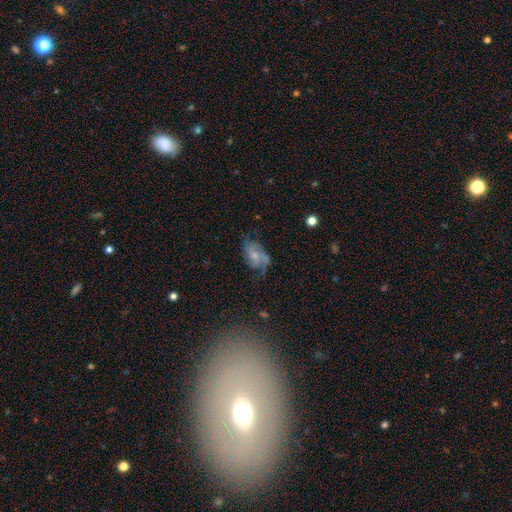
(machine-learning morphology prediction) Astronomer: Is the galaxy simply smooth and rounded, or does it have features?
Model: featured or disk — 50% (runner-up: smooth, 41%).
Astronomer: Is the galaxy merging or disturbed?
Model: none — 45% (runner-up: minor disturbance, 29%).